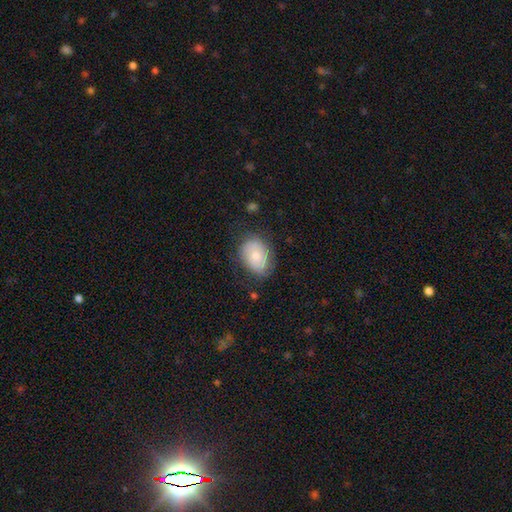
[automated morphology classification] Smooth or featured?
  - smooth: 70% *
  - featured or disk: 23%
  - star or artifact: 7%
How rounded?
  - in between: 74% *
  - round: 25%
  - cigar-shaped: 1%
Merging?
  - none: 67% *
  - minor disturbance: 24%
  - major disturbance: 8%
  - merger: 1%